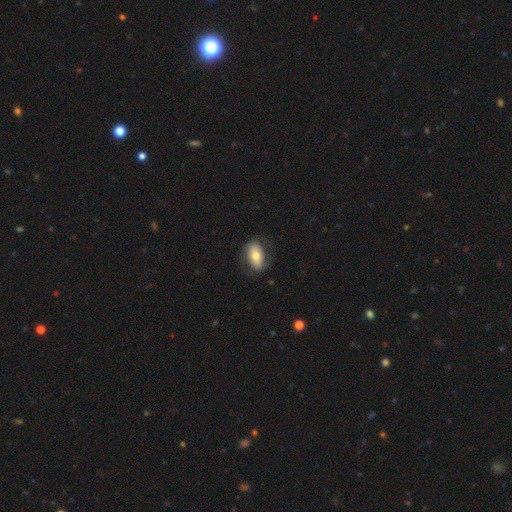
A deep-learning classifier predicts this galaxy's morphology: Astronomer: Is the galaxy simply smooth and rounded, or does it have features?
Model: smooth — 66%.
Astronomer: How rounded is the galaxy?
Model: in between — 89%.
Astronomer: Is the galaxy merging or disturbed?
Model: none — 72%.